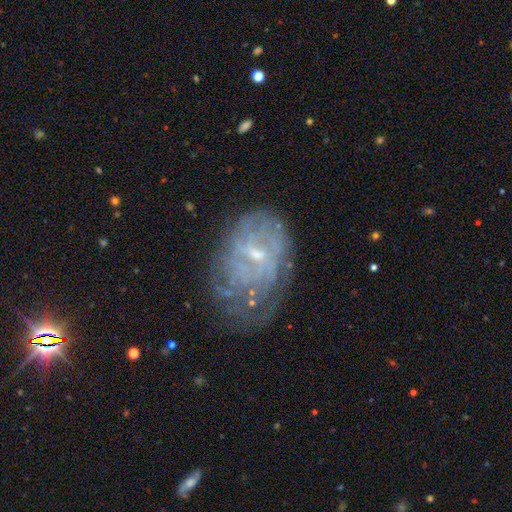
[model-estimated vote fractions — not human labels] A featured or disk galaxy (71%) with a weak bar (53%), spiral arms (67%) and a small central bulge (64%). Merging: none (49%).